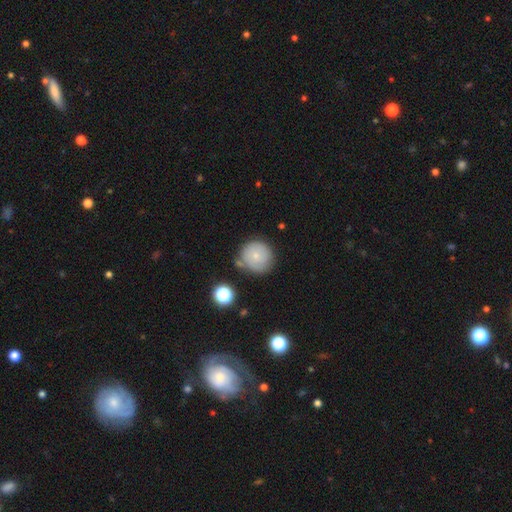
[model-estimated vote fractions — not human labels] smooth-or-featured: smooth: 74% | featured or disk: 17% | star or artifact: 9%
  how-rounded: round: 93% | in between: 6% | cigar-shaped: 1%
  merging: none: 70% | minor disturbance: 17% | merger: 9% | major disturbance: 4%